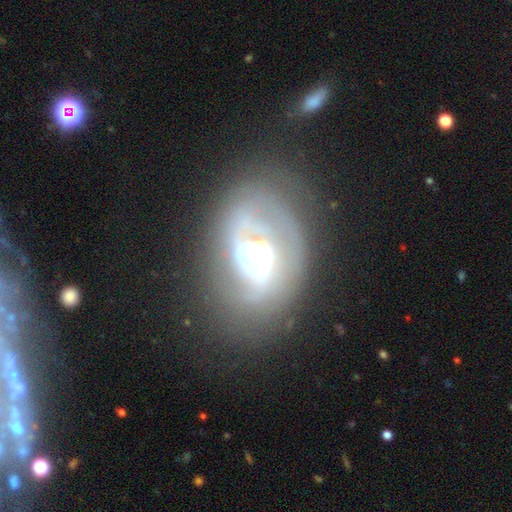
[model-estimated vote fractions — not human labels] smooth-or-featured: featured or disk: 72% | smooth: 17% | star or artifact: 10%
  disk-edge-on: no: 96% | yes: 4%
    bar: no: 48% | weak: 32% | strong: 20%
    has-spiral-arms: yes: 68% | no: 32%
    bulge-size: large: 41% | moderate: 39% | dominant: 11% | small: 7% | none: 3%
  merging: none: 56% | minor disturbance: 20% | major disturbance: 19% | merger: 6%